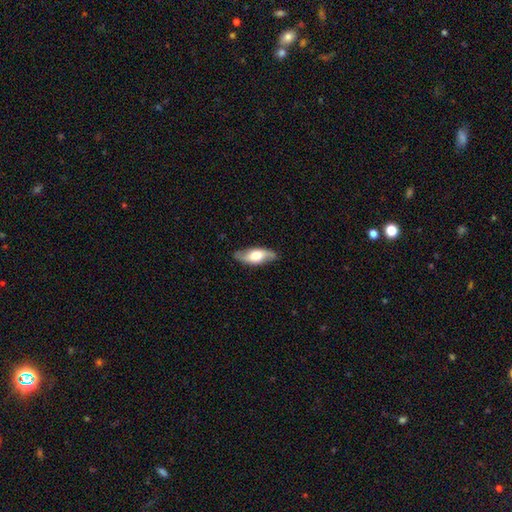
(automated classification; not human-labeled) This appears to be a featured or disk galaxy (57%). Merging: none (84%).